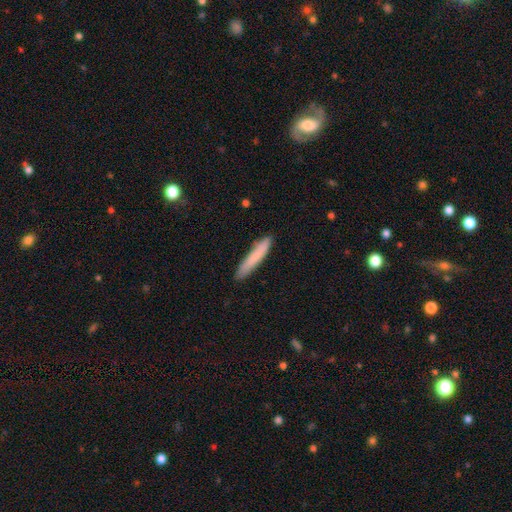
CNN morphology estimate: type=smooth (78%); roundness=cigar-shaped (93%); merging=none (86%).